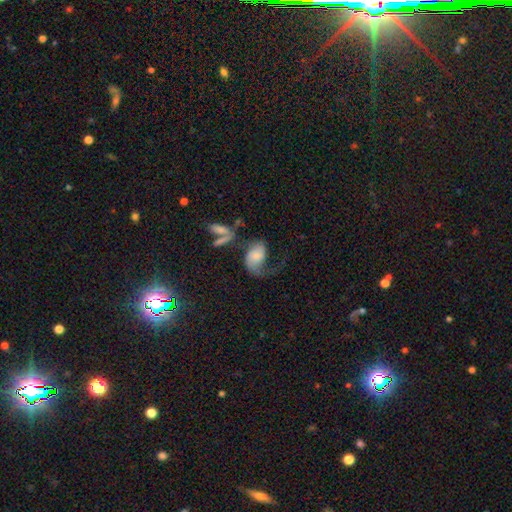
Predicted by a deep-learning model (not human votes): This appears to be a featured or disk galaxy (54%) with no bar (69%), spiral arms (84%) and a small central bulge (32%). Merging: major disturbance (41%).